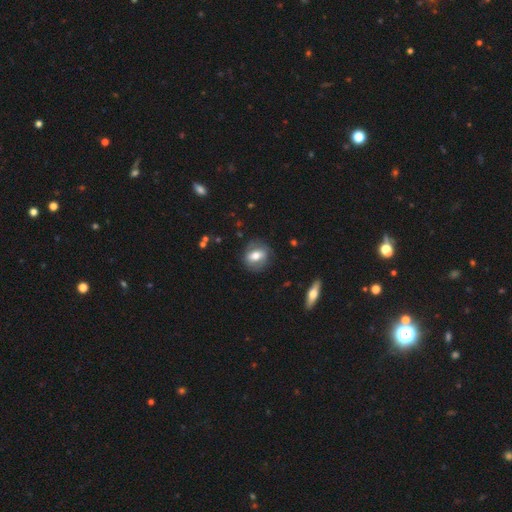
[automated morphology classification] The model was most divided on "how rounded": round: 52%, in between: 45%, cigar-shaped: 2%. More confident: merging — none (78%); smooth or featured — smooth (50%).